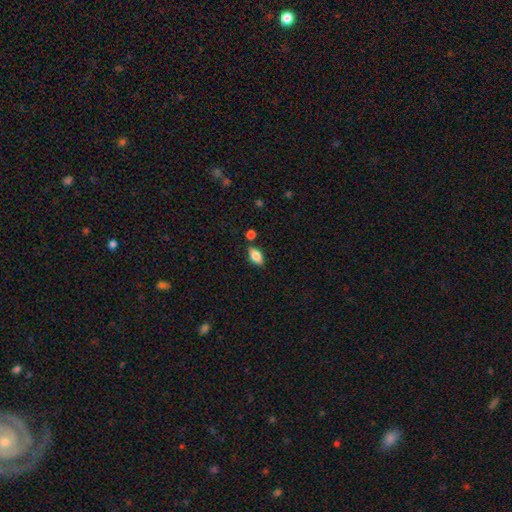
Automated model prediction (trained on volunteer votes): This is likely a smooth galaxy (74%). How rounded: clearly in between (88%). Merging: likely none (78%).